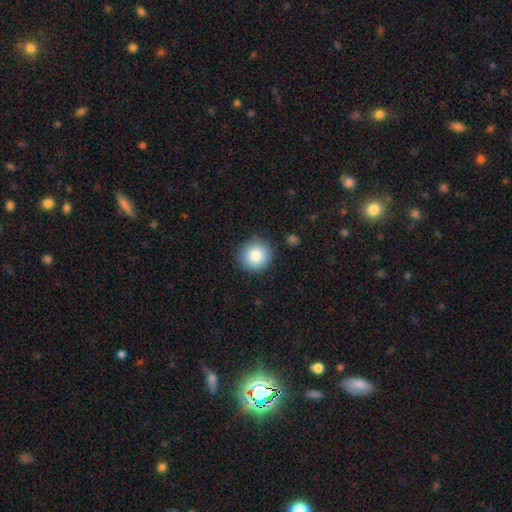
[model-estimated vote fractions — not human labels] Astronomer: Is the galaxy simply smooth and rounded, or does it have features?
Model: smooth — 84%.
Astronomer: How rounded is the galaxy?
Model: round — 92%.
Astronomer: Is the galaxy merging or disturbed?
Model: none — 88%.